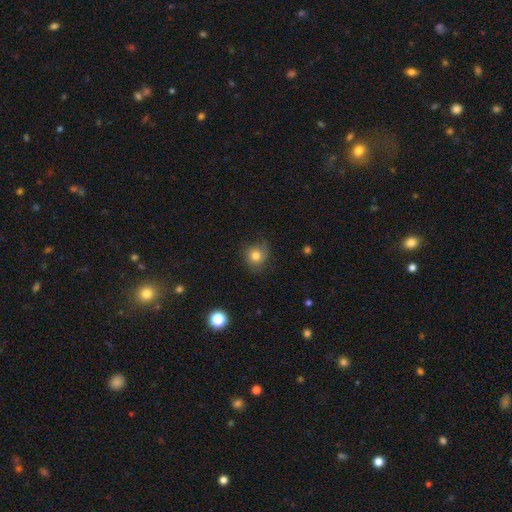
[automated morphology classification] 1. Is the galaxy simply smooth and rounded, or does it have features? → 78% smooth, 11% featured or disk, 11% star or artifact.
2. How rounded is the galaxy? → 81% round, 18% in between, 1% cigar-shaped.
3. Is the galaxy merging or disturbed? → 68% none, 23% minor disturbance, 8% major disturbance, 1% merger.